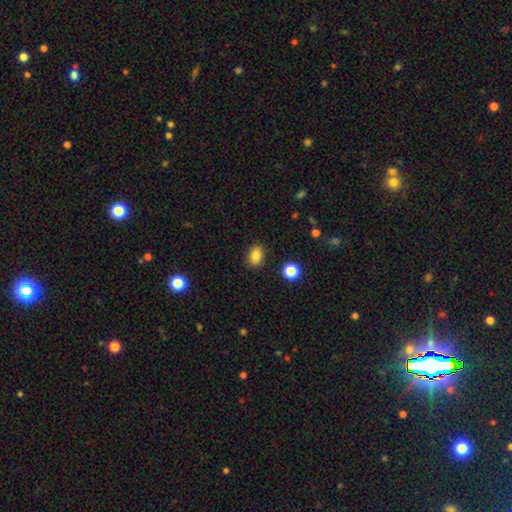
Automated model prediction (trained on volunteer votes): This appears to be a smooth galaxy with no disk features (83%) that is in between round and cigar-shaped (69%). Merging: none (88%).